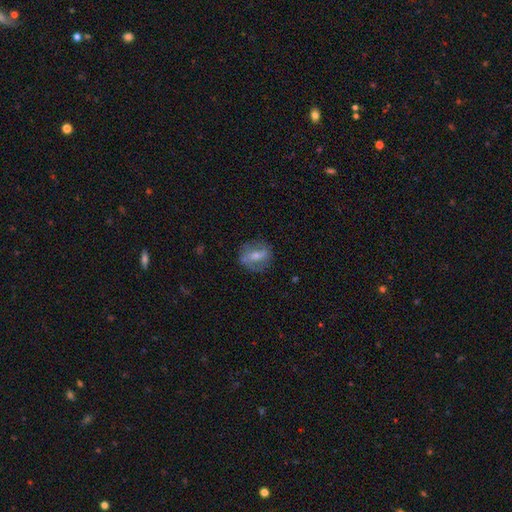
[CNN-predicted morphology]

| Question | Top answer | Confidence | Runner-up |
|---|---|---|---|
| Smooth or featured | featured or disk | 53% | smooth (36%) |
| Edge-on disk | no | 89% | yes (11%) |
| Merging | none | 78% | minor disturbance (15%) |